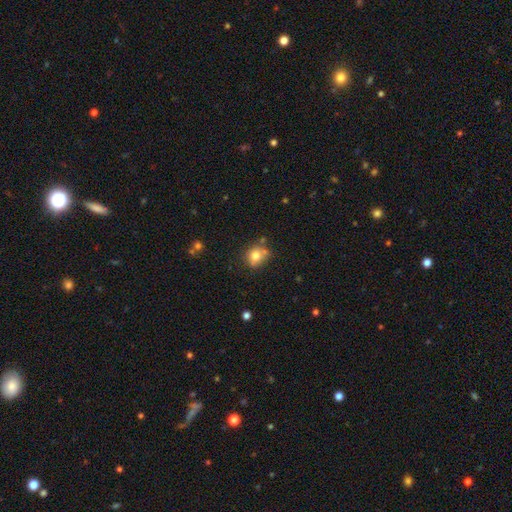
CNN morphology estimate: smooth_or_featured: smooth (p=0.74) [alt: featured or disk p=0.14]
how_rounded: round (p=0.69) [alt: in between p=0.30]
merging: none (p=0.58) [alt: minor disturbance p=0.21]